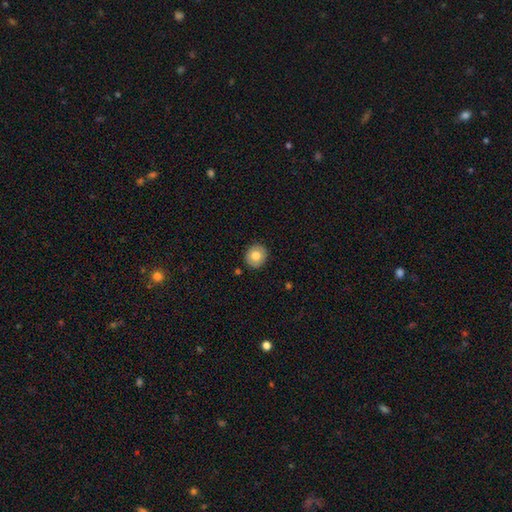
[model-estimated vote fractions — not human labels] Smooth or featured? smooth (75%)
How rounded? round (87%)
Merging? none (90%)